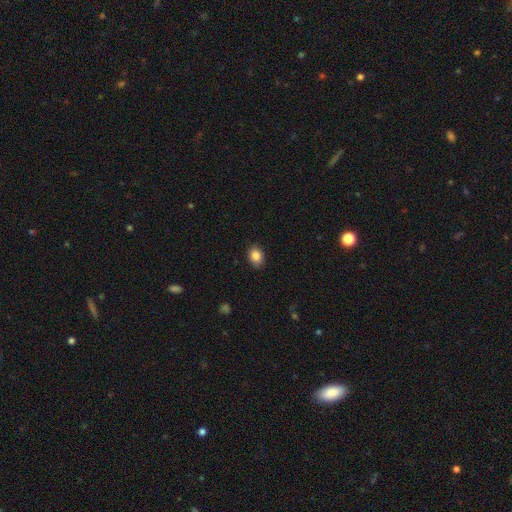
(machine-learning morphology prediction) This is clearly a smooth galaxy (86%). How rounded: likely in between (63%). Merging: clearly none (87%).